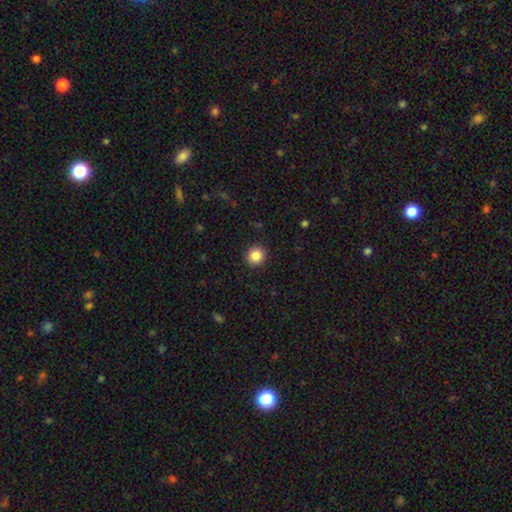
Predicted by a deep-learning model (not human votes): Overall: smooth (86%). How rounded: round (91%). Merging: none (91%).